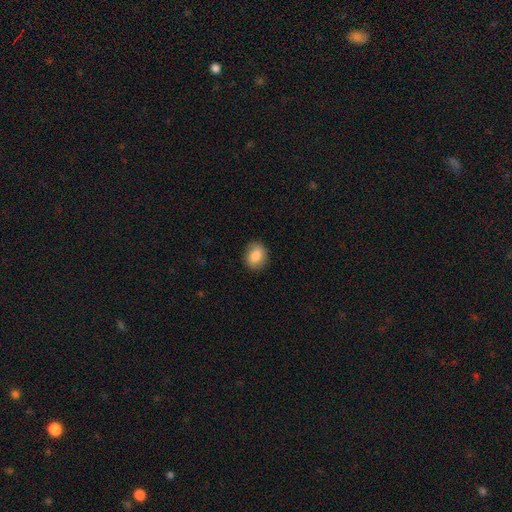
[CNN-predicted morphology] A smooth galaxy with no disk features (84%) that is round (59%).

Vote fractions:
- Smooth or featured? smooth: 84% / star or artifact: 8% / featured or disk: 8%
- How rounded? round: 59% / in between: 40% / cigar-shaped: 1%
- Merging? none: 85% / minor disturbance: 11% / major disturbance: 3% / merger: 1%